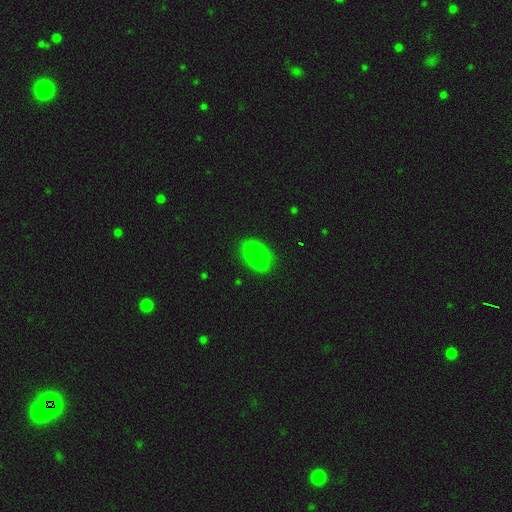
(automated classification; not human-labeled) This is clearly a smooth galaxy (82%). How rounded: clearly in between (91%). Merging: likely none (73%).